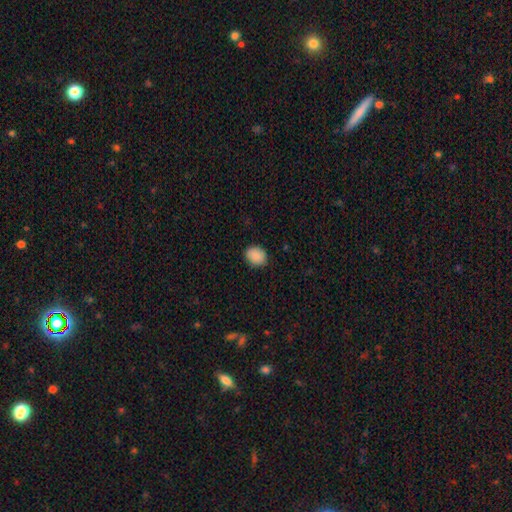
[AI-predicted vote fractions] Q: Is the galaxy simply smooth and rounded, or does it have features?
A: smooth — 90%.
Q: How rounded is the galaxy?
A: in between — 51%.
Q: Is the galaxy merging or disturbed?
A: none — 87%.